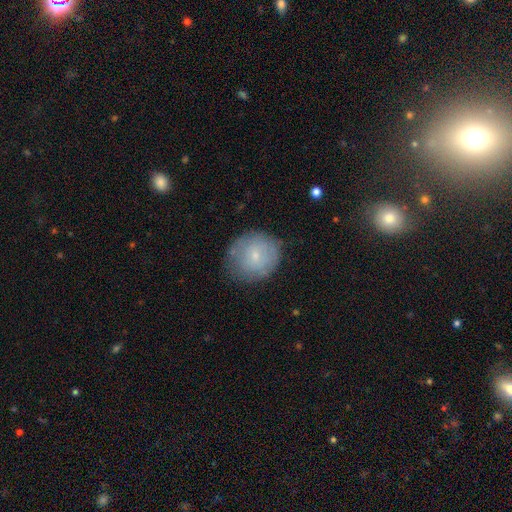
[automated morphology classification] Overall: smooth (67%). How rounded: round (84%). Merging: none (72%).